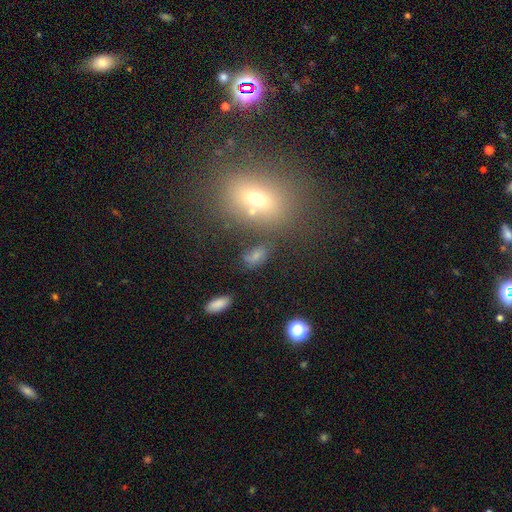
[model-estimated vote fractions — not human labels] This is likely a smooth galaxy (63%). How rounded: clearly in between (82%). Merging: possibly none (54%).